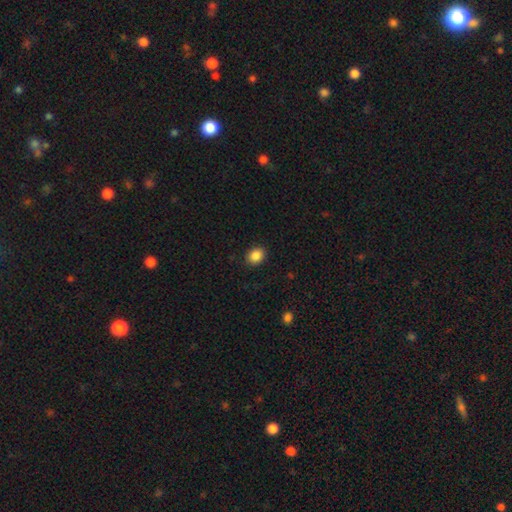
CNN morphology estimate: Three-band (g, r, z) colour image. It shows a smooth galaxy with no disk features (88%) that is round (51%). Merging: none (90%).